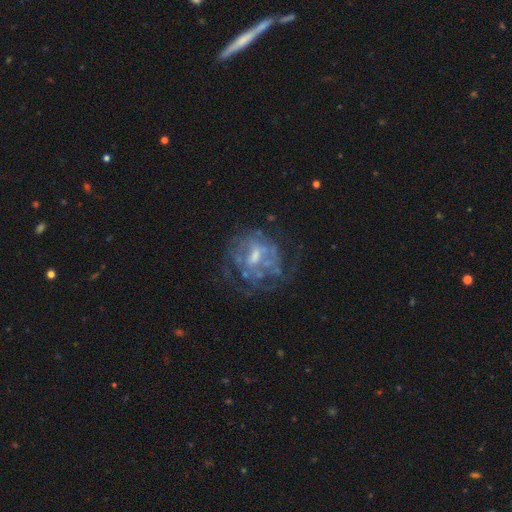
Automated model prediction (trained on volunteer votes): Morphology: type=featured or disk (72%); edge-on=no (97%); bar=no (48%); spiral arms=no (53%); bulge=moderate (46%); merging=none (53%).